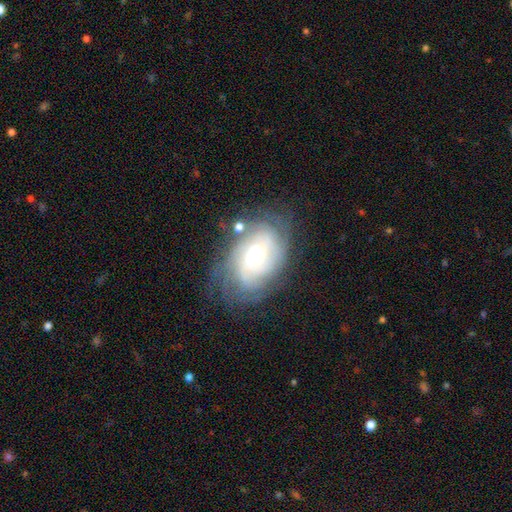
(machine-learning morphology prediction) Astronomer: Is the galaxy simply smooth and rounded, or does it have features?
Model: featured or disk — 73%.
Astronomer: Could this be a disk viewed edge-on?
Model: no — 95%.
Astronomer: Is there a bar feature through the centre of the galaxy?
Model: no — 57% (runner-up: weak, 33%).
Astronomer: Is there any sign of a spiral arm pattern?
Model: yes — 91%.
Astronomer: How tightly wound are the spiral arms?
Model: tight — 67%.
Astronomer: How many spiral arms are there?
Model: can't tell — 44% (runner-up: 2, 20%).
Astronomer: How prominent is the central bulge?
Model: moderate — 60%.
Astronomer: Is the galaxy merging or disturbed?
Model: none — 73%.